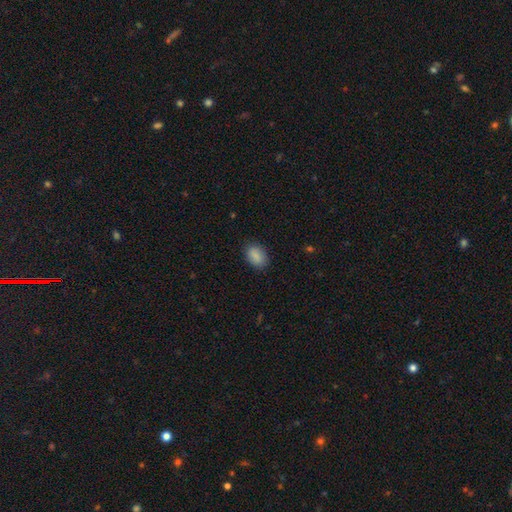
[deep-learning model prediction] Smooth or featured? smooth (87%)
How rounded? in between (84%)
Merging? none (85%)